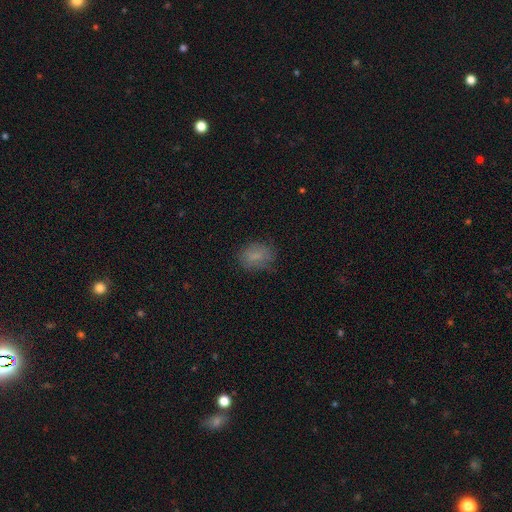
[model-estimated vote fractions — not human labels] smooth-or-featured: smooth: 77% | featured or disk: 13% | star or artifact: 10%
  how-rounded: in between: 61% | round: 38% | cigar-shaped: 1%
  merging: none: 70% | minor disturbance: 22% | major disturbance: 7% | merger: 1%